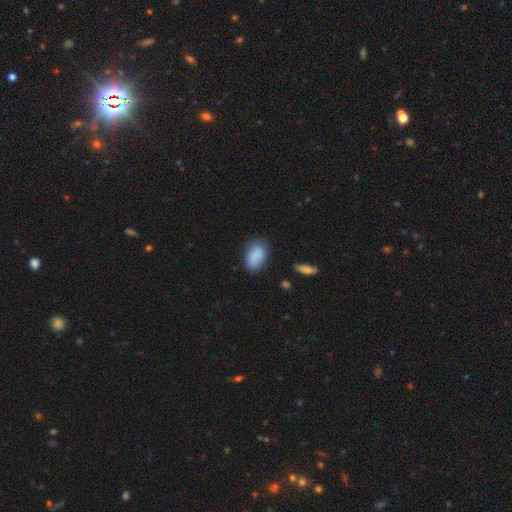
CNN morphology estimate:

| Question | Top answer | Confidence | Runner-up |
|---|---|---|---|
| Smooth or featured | smooth | 86% | star or artifact (7%) |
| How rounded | in between | 90% | round (8%) |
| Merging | none | 72% | minor disturbance (21%) |